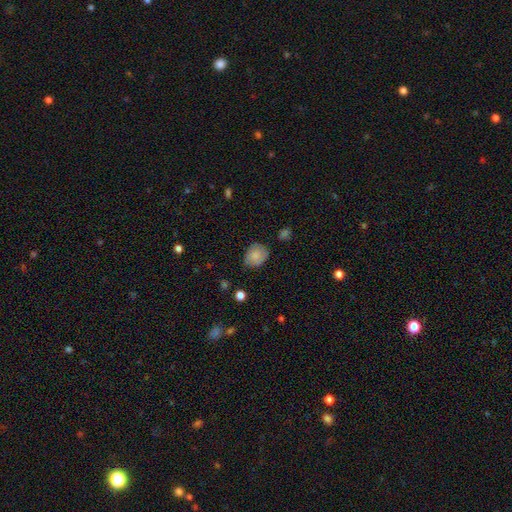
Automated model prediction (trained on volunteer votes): Q: Smooth or featured?
A: smooth (78%); runner-up: featured or disk (14%)
Q: How rounded?
A: round (55%); runner-up: in between (44%)
Q: Merging?
A: none (66%); runner-up: minor disturbance (27%)